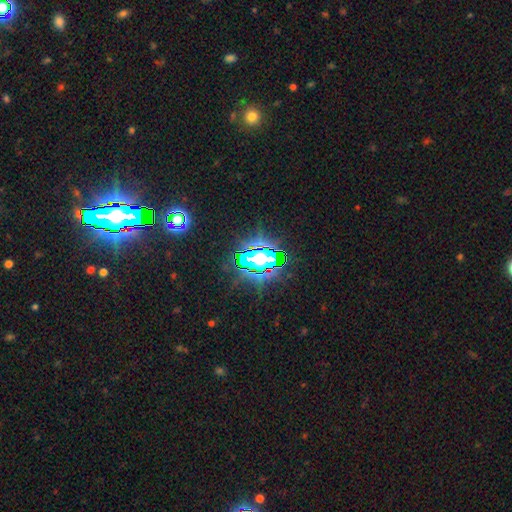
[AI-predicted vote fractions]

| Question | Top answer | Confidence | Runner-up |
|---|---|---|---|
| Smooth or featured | star or artifact | 85% | smooth (9%) |